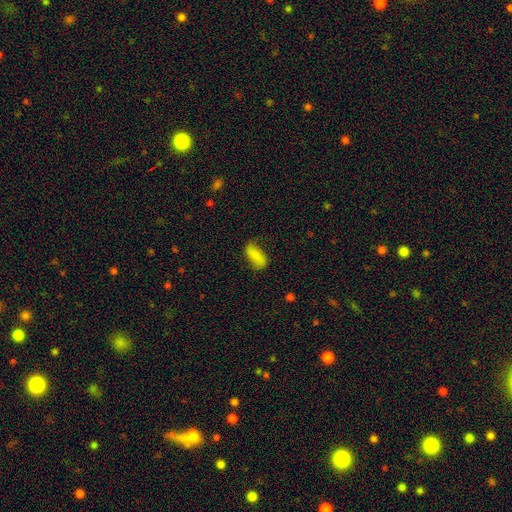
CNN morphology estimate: Smooth or featured? smooth (78%)
How rounded? in between (84%)
Merging? none (72%)